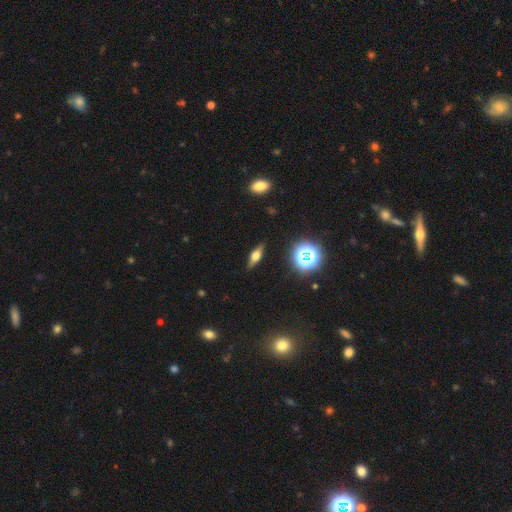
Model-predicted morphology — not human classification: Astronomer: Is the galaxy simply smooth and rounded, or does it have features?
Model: featured or disk — 51% (runner-up: smooth, 34%).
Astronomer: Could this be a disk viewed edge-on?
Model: yes — 92%.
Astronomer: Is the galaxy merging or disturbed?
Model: none — 87%.